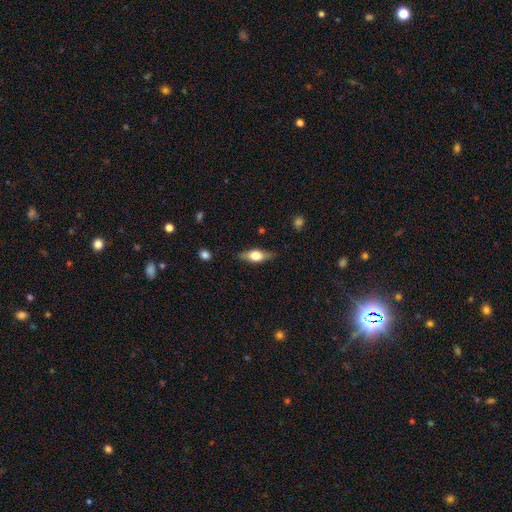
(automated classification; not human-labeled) Smooth or featured? Predicted: smooth (p=0.50). Merging? Predicted: none (p=0.83).